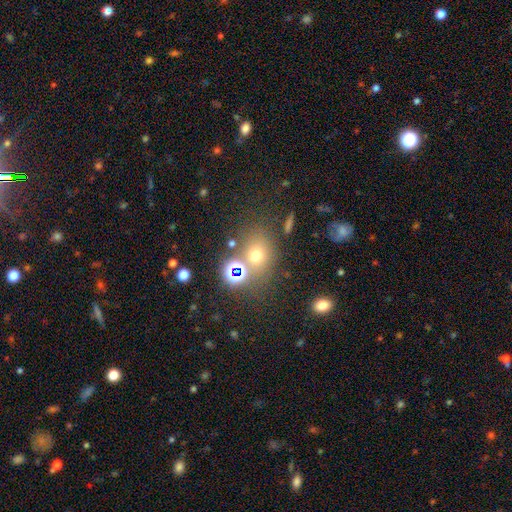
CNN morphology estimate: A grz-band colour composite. It shows a smooth galaxy with no disk features (61%) that is round (56%). Merging: none (66%).